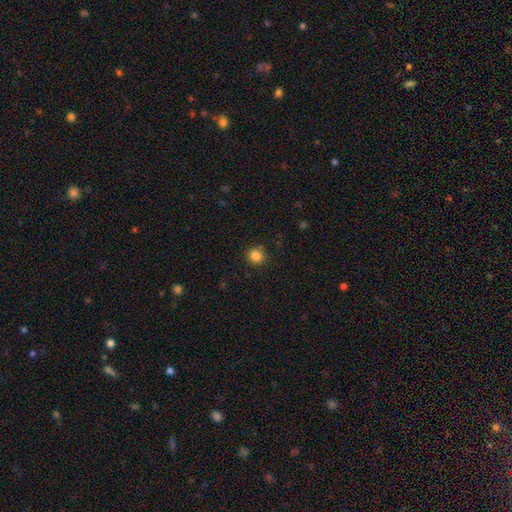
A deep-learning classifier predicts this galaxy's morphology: A smooth galaxy with no disk features (84%) that is round (91%). Merging: none (88%).